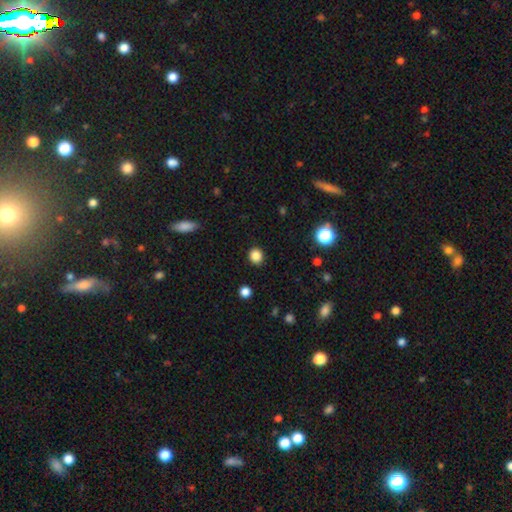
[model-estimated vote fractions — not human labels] This appears to be a smooth galaxy with no disk features (85%) that is round (80%). Merging: none (91%).